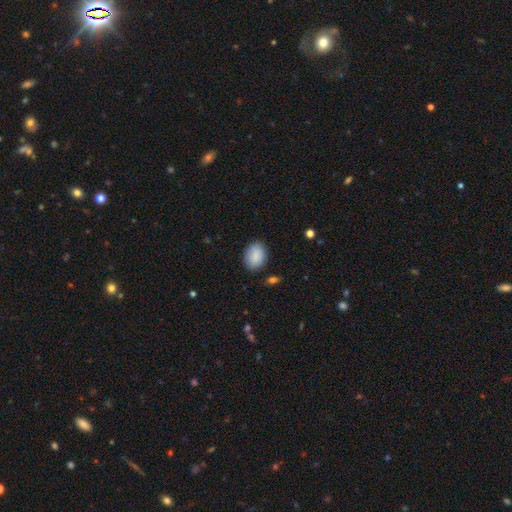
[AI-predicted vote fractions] Smooth or featured: smooth — 88% (star or artifact — 7%)
How rounded: in between — 73% (round — 26%)
Merging: none — 84% (minor disturbance — 12%)